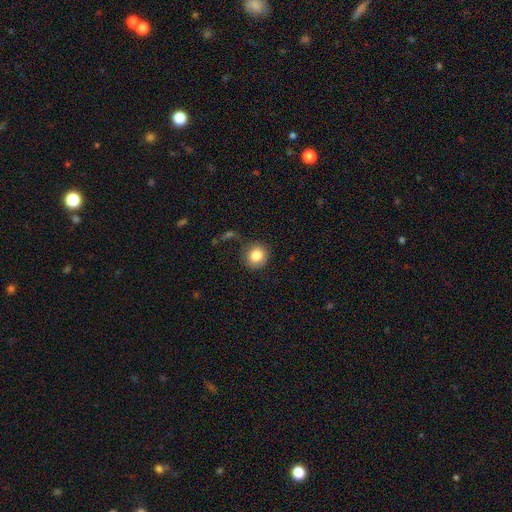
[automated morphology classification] Smooth or featured? smooth (84%)
How rounded? round (90%)
Merging? none (79%)